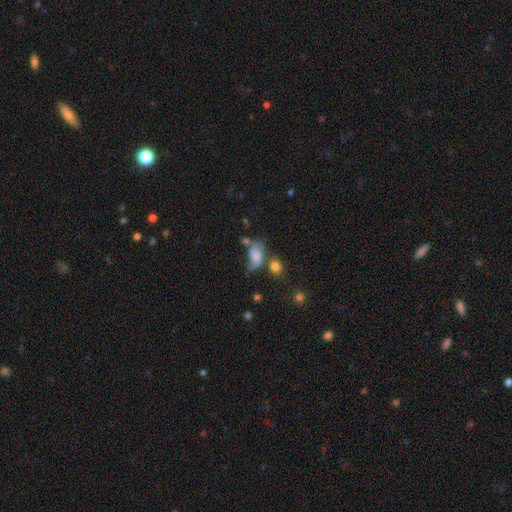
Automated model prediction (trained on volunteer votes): smooth_or_featured: smooth (p=0.55) [alt: featured or disk p=0.33]
how_rounded: in between (p=0.82) [alt: round p=0.15]
merging: none (p=0.29) [alt: minor disturbance p=0.24]